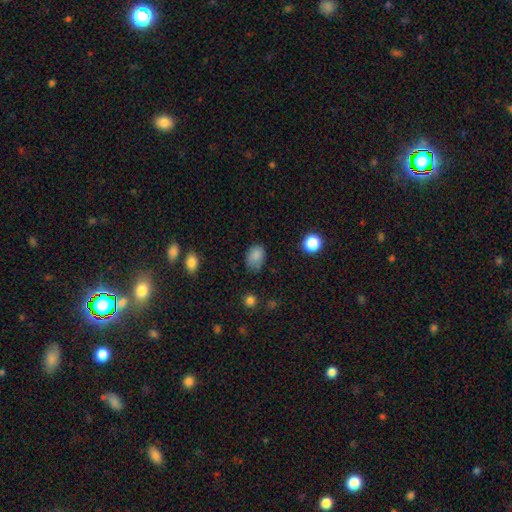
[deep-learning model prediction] This appears to be a smooth galaxy with no disk features (84%) that is in between round and cigar-shaped (76%). Merging: none (61%).